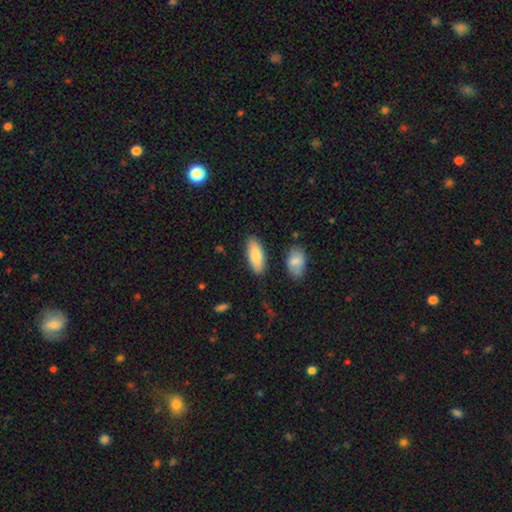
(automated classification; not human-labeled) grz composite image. It shows a smooth galaxy with no disk features (82%) that is in between round and cigar-shaped (79%). Merging: none (84%).